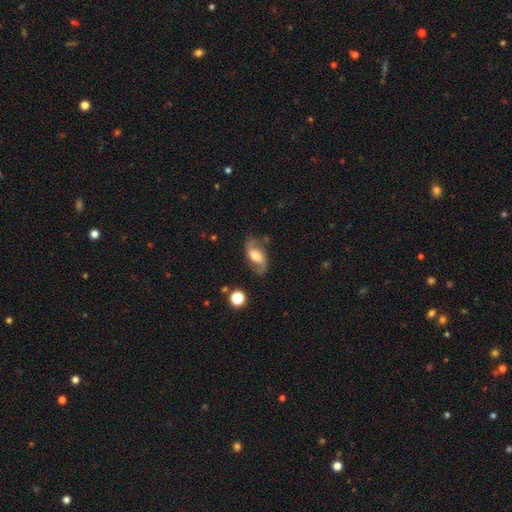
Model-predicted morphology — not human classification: A featured or disk galaxy (72%) with a weak bar (41%), 2 (90%) loose (54%) spiral arms (91%) and a moderate central bulge (55%). Merging: none (75%).